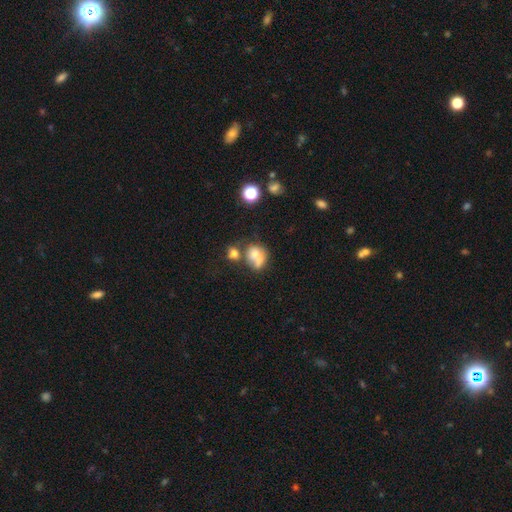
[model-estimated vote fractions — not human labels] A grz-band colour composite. It shows a smooth galaxy with no disk features (63%) that is round (63%). Merging: merger (50%).